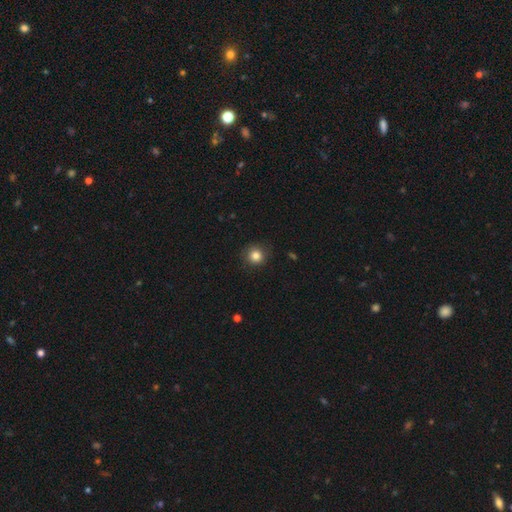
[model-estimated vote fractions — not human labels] Q: Smooth or featured?
A: smooth (83%); runner-up: star or artifact (11%)
Q: How rounded?
A: round (92%); runner-up: in between (7%)
Q: Merging?
A: none (87%); runner-up: minor disturbance (10%)